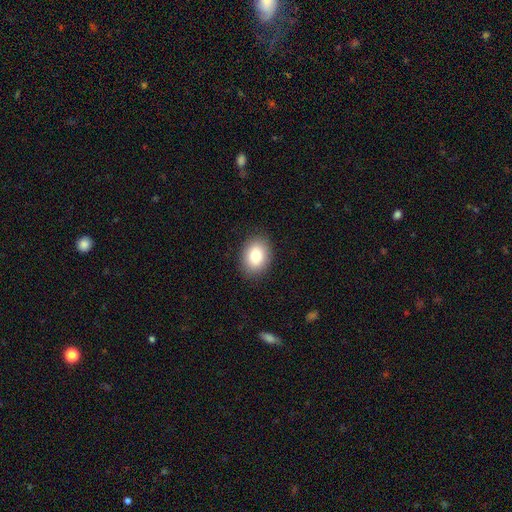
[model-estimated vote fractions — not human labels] Overall: smooth (81%). How rounded: in between (70%). Merging: none (89%).